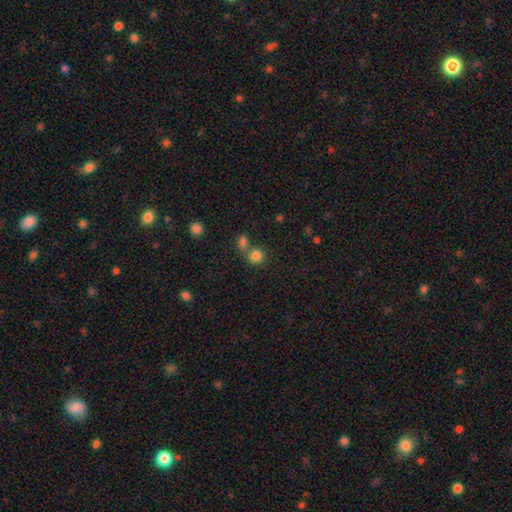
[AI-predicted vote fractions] Overall: smooth (82%). How rounded: round (84%). Merging: none (50%; merger 38%).